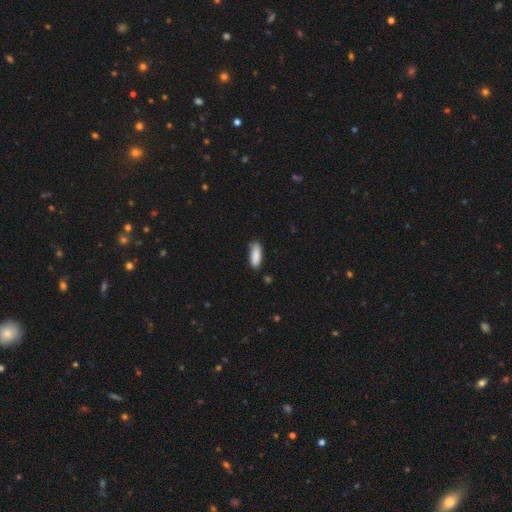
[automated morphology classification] Smooth or featured?
  - smooth: 88% *
  - star or artifact: 6%
  - featured or disk: 6%
How rounded?
  - in between: 59% *
  - cigar-shaped: 39%
  - round: 2%
Merging?
  - none: 79% *
  - minor disturbance: 16%
  - major disturbance: 3%
  - merger: 2%